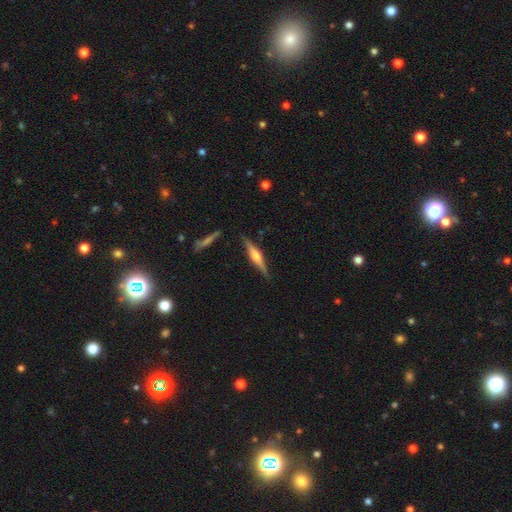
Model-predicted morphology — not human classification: featured or disk 70%, smooth 24%, star or artifact 6%. Down the decision tree: edge-on disk — yes (98%); edge-on bulge — rounded (80%); merging — none (87%).